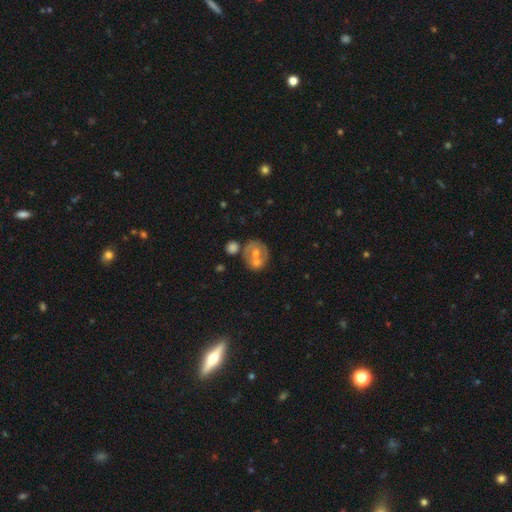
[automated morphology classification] Overall: smooth (47%; featured or disk 44%). Merging: merger (46%; none 38%).